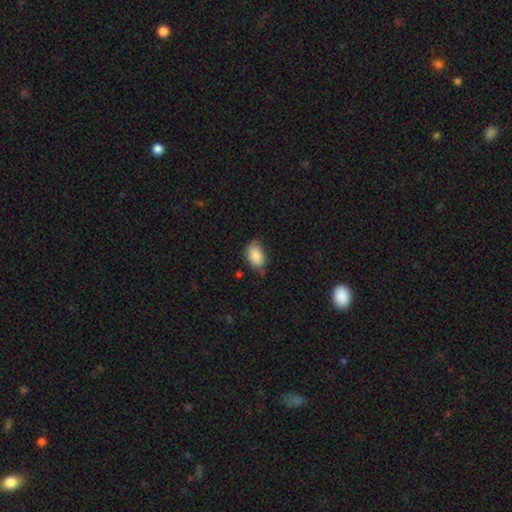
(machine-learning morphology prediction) Smooth or featured: smooth — 86% (star or artifact — 7%)
How rounded: in between — 89% (round — 10%)
Merging: none — 58% (minor disturbance — 34%)